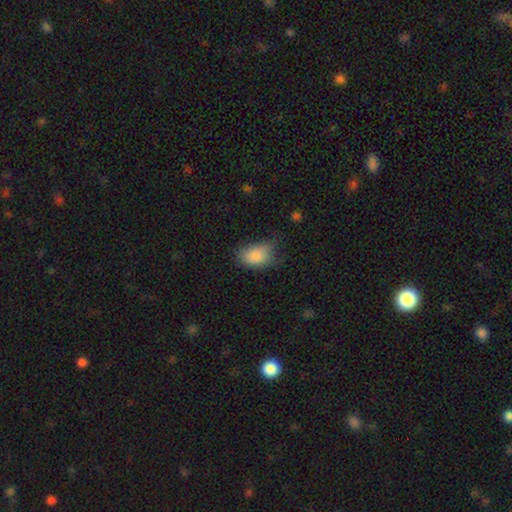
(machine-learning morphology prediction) A smooth galaxy with no disk features (85%) that is in between round and cigar-shaped (84%).

Vote fractions:
- Smooth or featured? smooth: 85% / star or artifact: 9% / featured or disk: 6%
- How rounded? in between: 84% / round: 14% / cigar-shaped: 1%
- Merging? none: 51% / minor disturbance: 36% / major disturbance: 11% / merger: 2%